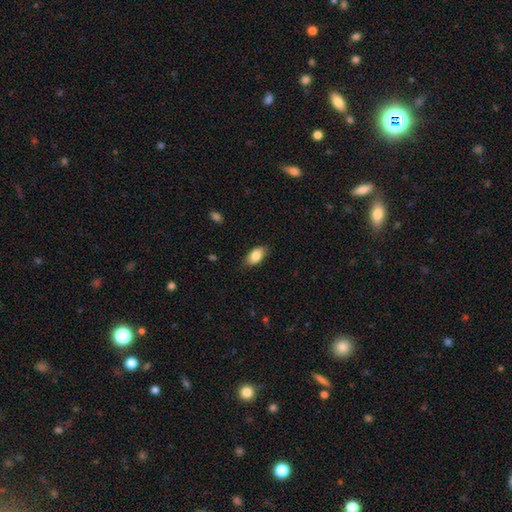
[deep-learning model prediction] Smooth or featured: smooth — 85% (featured or disk — 8%)
How rounded: in between — 92% (round — 4%)
Merging: none — 83% (minor disturbance — 13%)